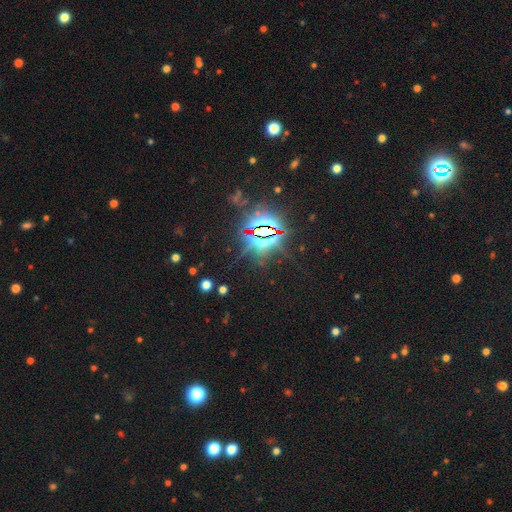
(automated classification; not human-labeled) This is clearly a star or artifact rather than a galaxy (81%).